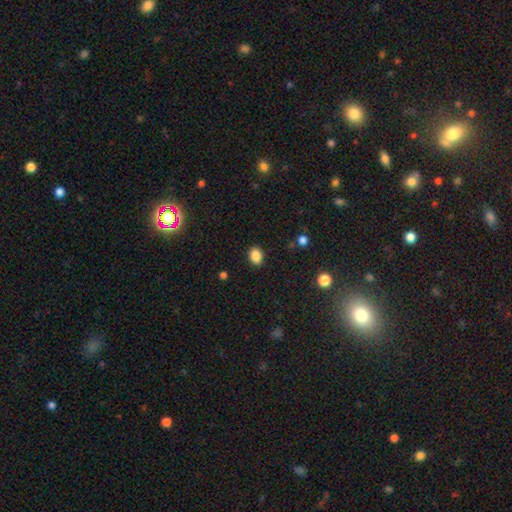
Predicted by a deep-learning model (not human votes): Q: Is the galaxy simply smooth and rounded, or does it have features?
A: smooth — 87%.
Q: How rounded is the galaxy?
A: in between — 69%.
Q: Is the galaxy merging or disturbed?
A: none — 88%.